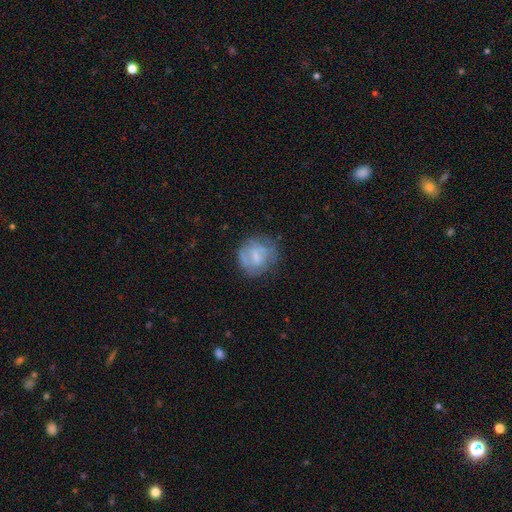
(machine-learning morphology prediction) smooth-or-featured: smooth: 49% | featured or disk: 42% | star or artifact: 9%
  merging: none: 61% | minor disturbance: 23% | major disturbance: 13% | merger: 2%